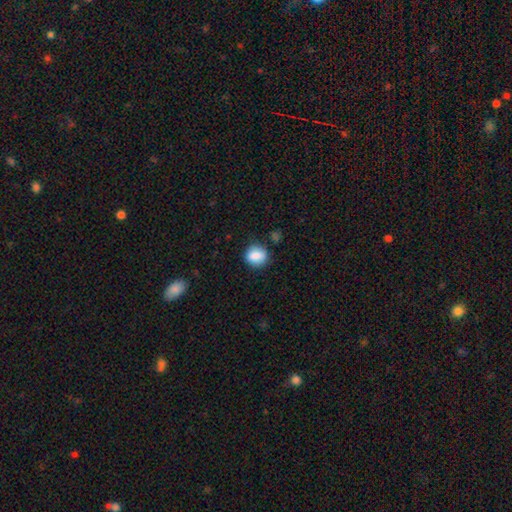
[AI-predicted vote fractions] Overall: smooth (86%). How rounded: round (67%; in between 32%). Merging: none (79%).